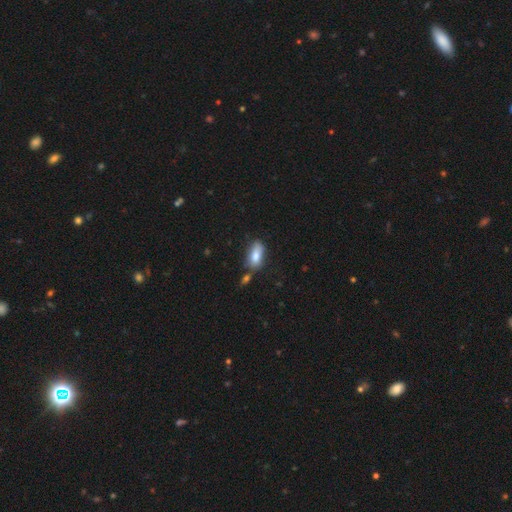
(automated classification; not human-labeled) A smooth galaxy with no disk features (81%) that is in between round and cigar-shaped (88%). Merging: none (53%).